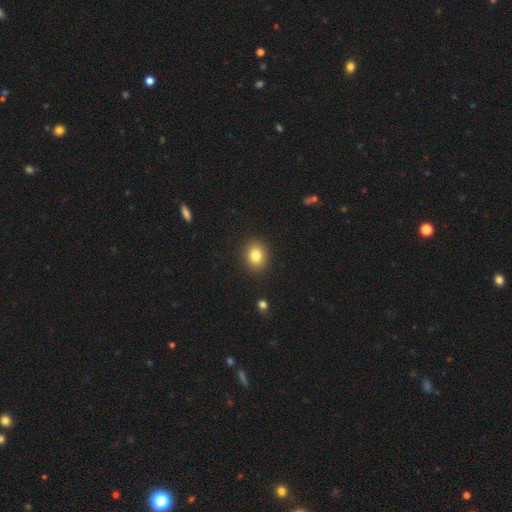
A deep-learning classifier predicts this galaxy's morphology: Q: Smooth or featured?
A: smooth (81%); runner-up: star or artifact (10%)
Q: How rounded?
A: round (65%); runner-up: in between (34%)
Q: Merging?
A: none (90%); runner-up: minor disturbance (7%)